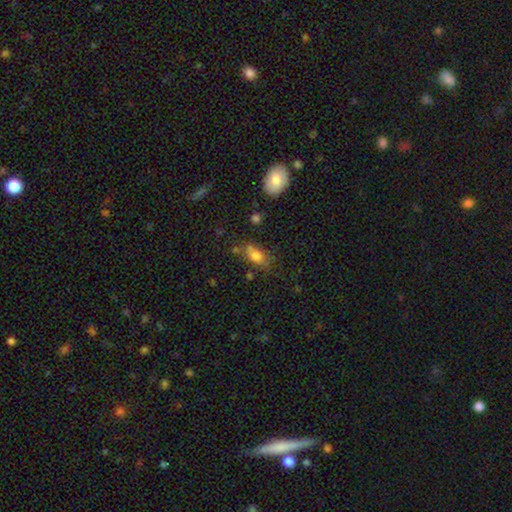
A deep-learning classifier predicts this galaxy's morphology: Q: Smooth or featured?
A: smooth (76%); runner-up: featured or disk (13%)
Q: How rounded?
A: in between (79%); runner-up: round (14%)
Q: Merging?
A: none (56%); runner-up: minor disturbance (23%)